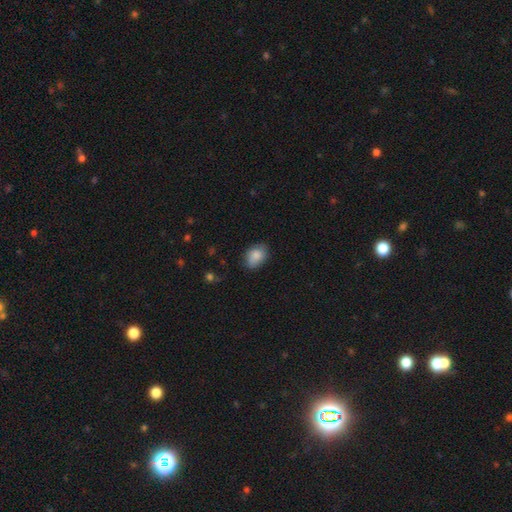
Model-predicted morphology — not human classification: Smooth or featured? smooth (84%)
How rounded? in between (74%)
Merging? none (70%)